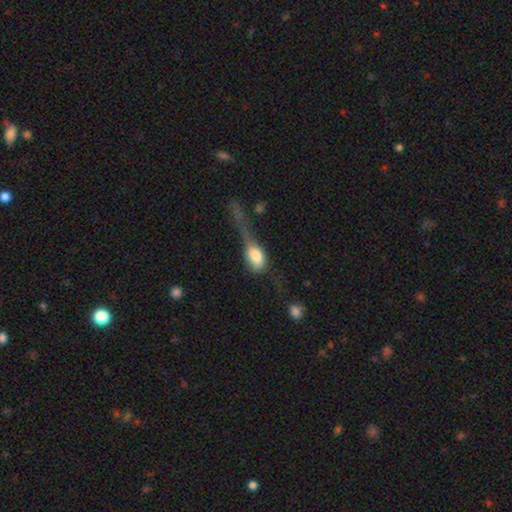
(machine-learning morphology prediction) smooth_or_featured: smooth (p=0.70) [alt: featured or disk p=0.22]
how_rounded: in between (p=0.80) [alt: round p=0.12]
merging: major disturbance (p=0.53) [alt: minor disturbance p=0.21]